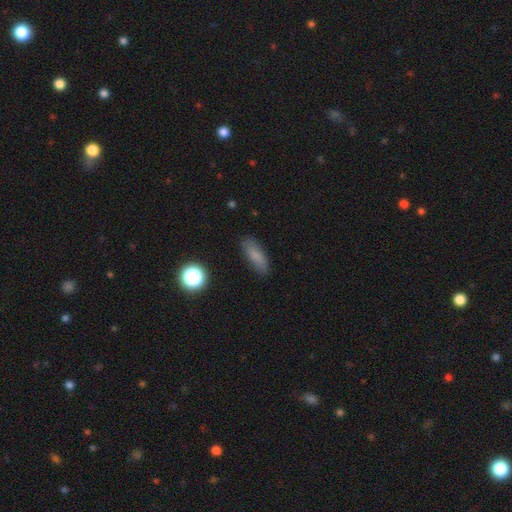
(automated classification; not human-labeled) Smooth or featured?
  - smooth: 79% *
  - featured or disk: 11%
  - star or artifact: 10%
How rounded?
  - in between: 63% *
  - cigar-shaped: 33%
  - round: 4%
Merging?
  - none: 82% *
  - minor disturbance: 14%
  - major disturbance: 3%
  - merger: 2%